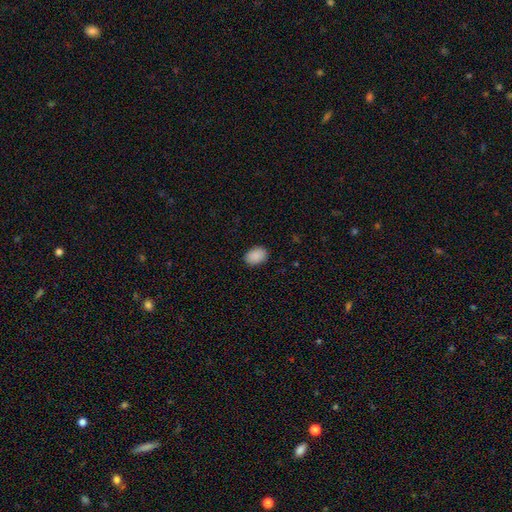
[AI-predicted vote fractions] The model was most divided on "how rounded": in between: 82%, round: 17%, cigar-shaped: 1%. More confident: smooth or featured — smooth (90%); merging — none (89%).